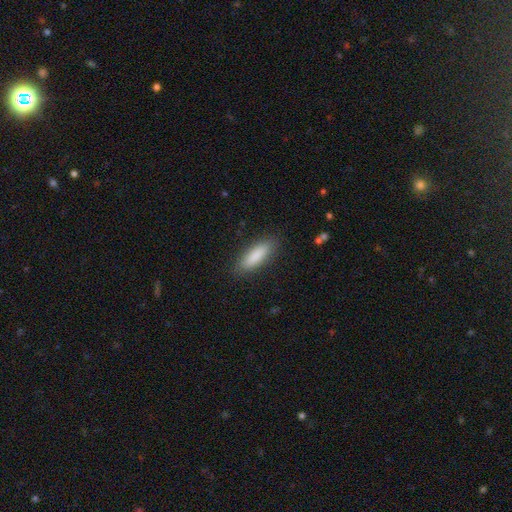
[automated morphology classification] Smooth or featured? Predicted: smooth (p=0.86). How rounded? Predicted: cigar-shaped (p=0.50). Merging? Predicted: none (p=0.87).